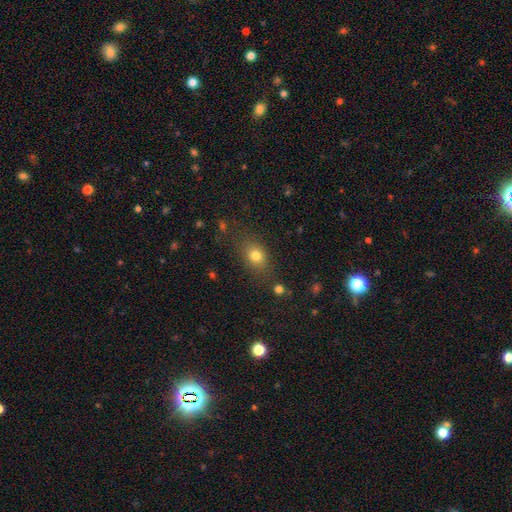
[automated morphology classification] type=smooth (77%); roundness=in between (57%); merging=none (76%).